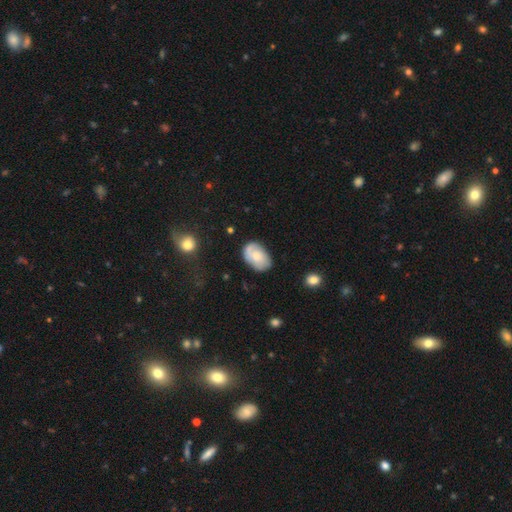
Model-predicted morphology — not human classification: Q: Smooth or featured?
A: smooth (60%); runner-up: featured or disk (33%)
Q: How rounded?
A: in between (87%); runner-up: round (12%)
Q: Merging?
A: none (68%); runner-up: minor disturbance (23%)